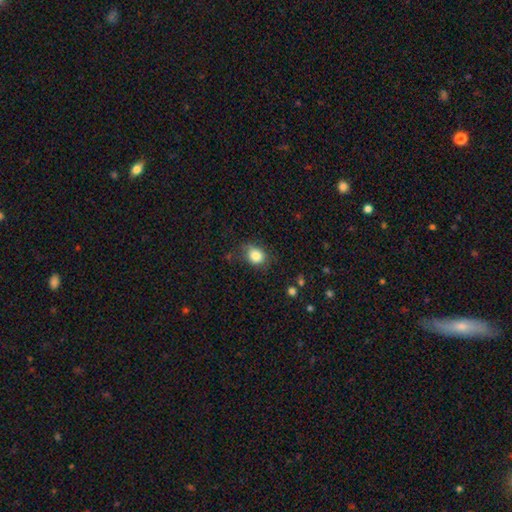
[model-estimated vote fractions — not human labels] Overall: smooth (83%). How rounded: round (57%; in between 42%). Merging: none (65%).